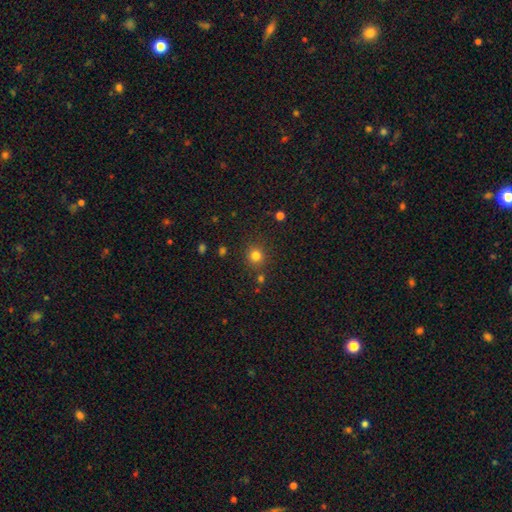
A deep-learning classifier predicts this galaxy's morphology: A smooth galaxy with no disk features (80%) that is round (92%).

Vote fractions:
- Smooth or featured? smooth: 80% / star or artifact: 15% / featured or disk: 5%
- How rounded? round: 92% / in between: 8% / cigar-shaped: 1%
- Merging? none: 85% / minor disturbance: 8% / merger: 4% / major disturbance: 3%